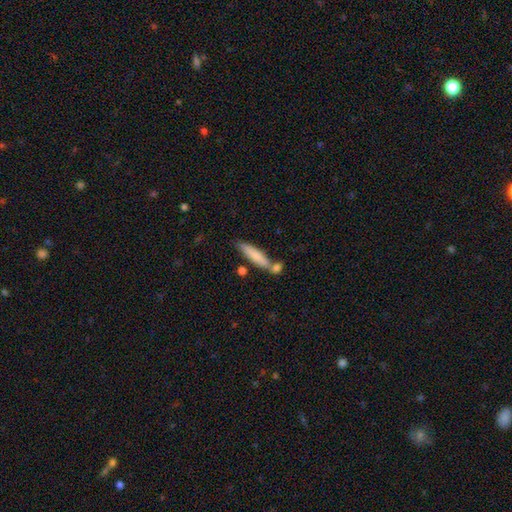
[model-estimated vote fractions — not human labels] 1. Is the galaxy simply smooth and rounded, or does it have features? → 75% smooth, 19% featured or disk, 6% star or artifact.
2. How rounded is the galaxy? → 80% cigar-shaped, 18% in between, 2% round.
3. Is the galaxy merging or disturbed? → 58% none, 24% merger, 14% minor disturbance, 4% major disturbance.